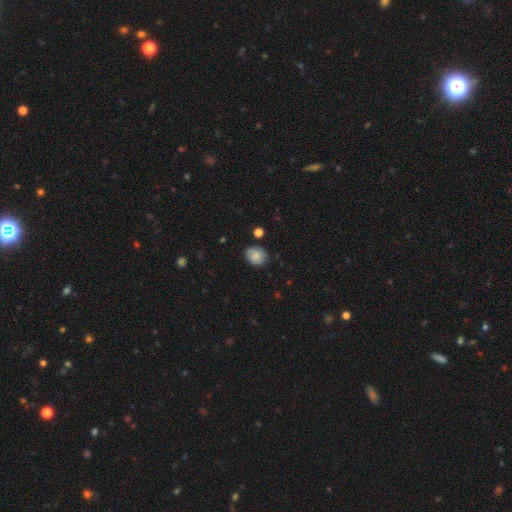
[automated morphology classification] Smooth or featured? Predicted: smooth (p=0.83). How rounded? Predicted: round (p=0.59). Merging? Predicted: none (p=0.79).